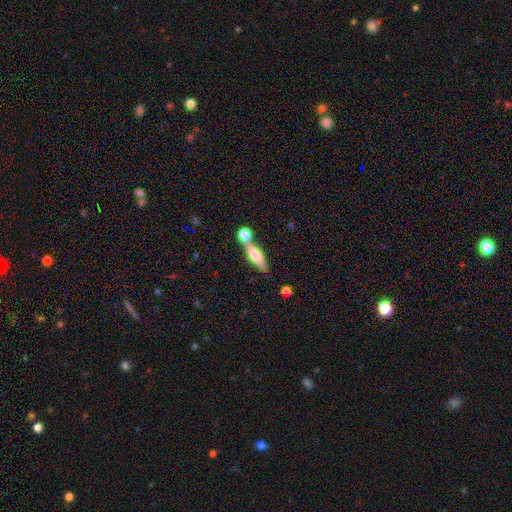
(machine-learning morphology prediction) This appears to be a smooth galaxy with no disk features (53%) that is cigar-shaped (50%). Merging: none (48%).